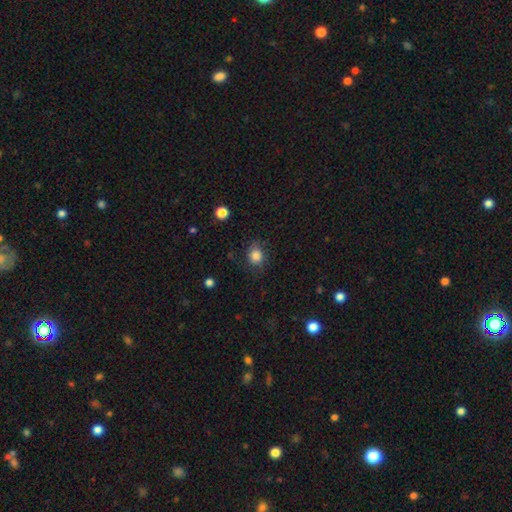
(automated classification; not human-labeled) Smooth or featured? Predicted: smooth (p=0.83). How rounded? Predicted: round (p=0.69). Merging? Predicted: none (p=0.71).